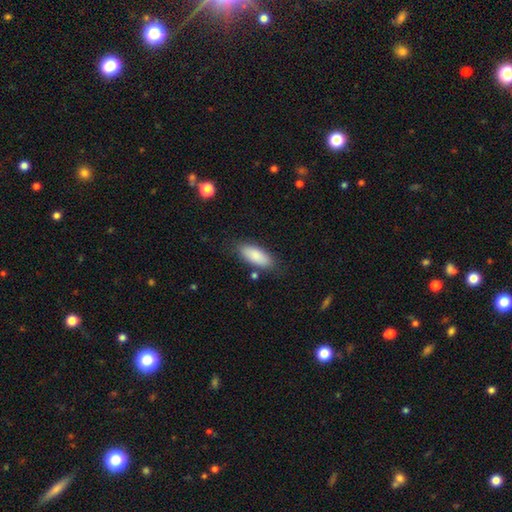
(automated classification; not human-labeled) Smooth or featured?
  - smooth: 86% *
  - featured or disk: 8%
  - star or artifact: 6%
How rounded?
  - in between: 80% *
  - cigar-shaped: 18%
  - round: 2%
Merging?
  - none: 80% *
  - minor disturbance: 13%
  - major disturbance: 3%
  - merger: 3%